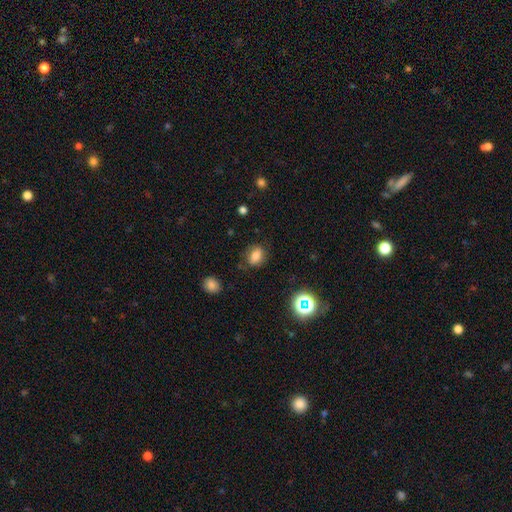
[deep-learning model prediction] This is likely a smooth galaxy (74%). How rounded: likely in between (61%). Merging: likely none (78%).